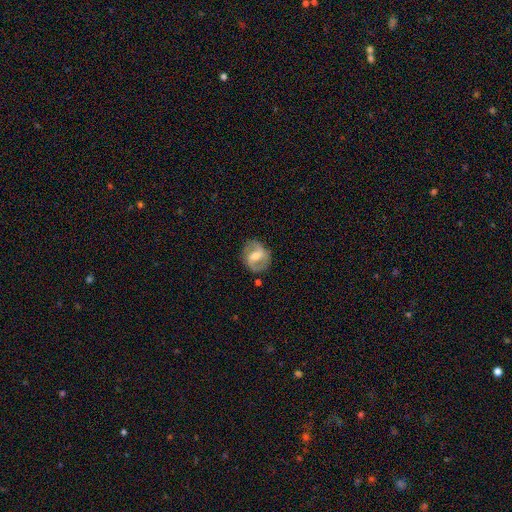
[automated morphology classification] smooth-or-featured: featured or disk: 75% | smooth: 19% | star or artifact: 6%
  disk-edge-on: no: 97% | yes: 3%
    bar: weak: 46% | strong: 34% | no: 20%
    has-spiral-arms: yes: 88% | no: 12%
      spiral-winding: medium: 50% | loose: 27% | tight: 23%
      spiral-arm-count: 2: 89% | can't tell: 6% | 1: 3% | 3: 1% | 4: 1% | more than 4: 1%
    bulge-size: moderate: 60% | small: 32% | large: 5% | none: 2% | dominant: 1%
  merging: none: 80% | minor disturbance: 13% | major disturbance: 5% | merger: 2%